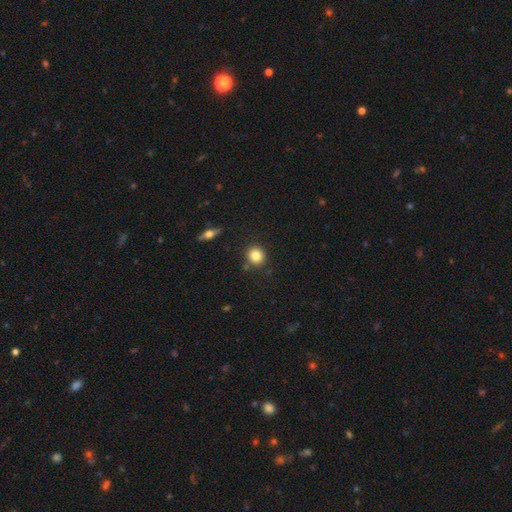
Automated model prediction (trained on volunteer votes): Morphology: type=smooth (83%); roundness=round (86%); merging=none (85%).